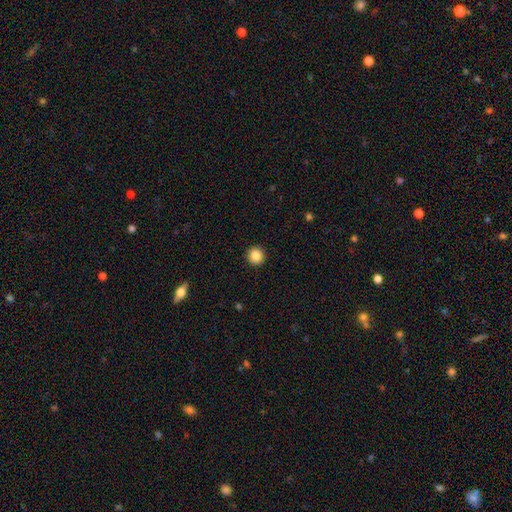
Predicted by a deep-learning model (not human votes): Morphology: type=smooth (86%); roundness=round (95%); merging=none (93%).